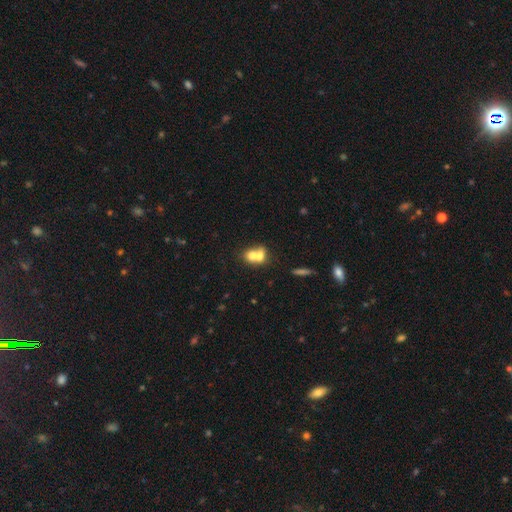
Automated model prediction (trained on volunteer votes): A smooth galaxy with no disk features (68%) that is round (54%).

Vote fractions:
- Smooth or featured? smooth: 68% / featured or disk: 23% / star or artifact: 9%
- How rounded? round: 54% / in between: 44% / cigar-shaped: 2%
- Merging? merger: 71% / none: 20% / minor disturbance: 5% / major disturbance: 3%